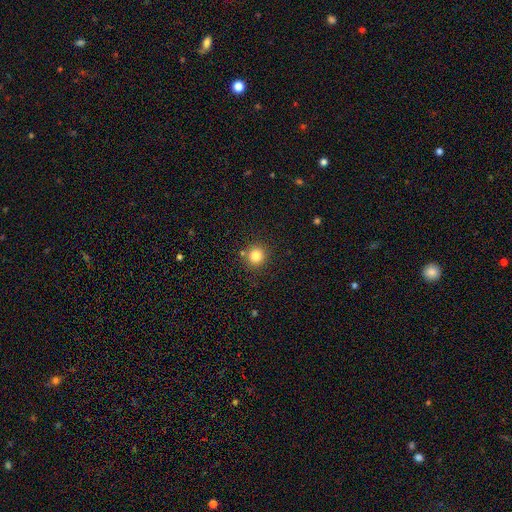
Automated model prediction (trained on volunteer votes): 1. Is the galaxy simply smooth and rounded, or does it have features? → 82% smooth, 12% star or artifact, 6% featured or disk.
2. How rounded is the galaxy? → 93% round, 7% in between, 1% cigar-shaped.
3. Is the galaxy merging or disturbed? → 84% none, 8% minor disturbance, 6% merger, 2% major disturbance.